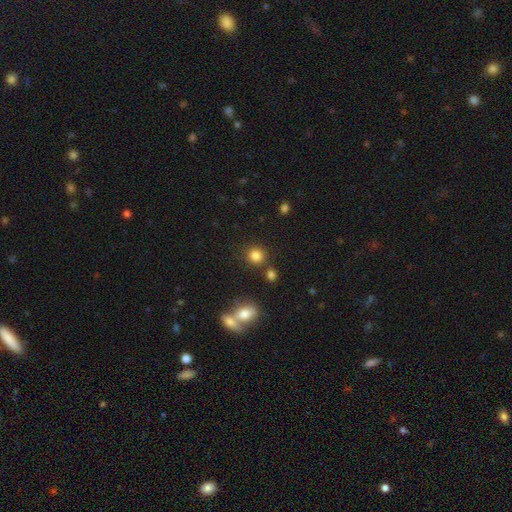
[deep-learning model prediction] Smooth or featured? smooth (83%)
How rounded? round (85%)
Merging? none (79%)